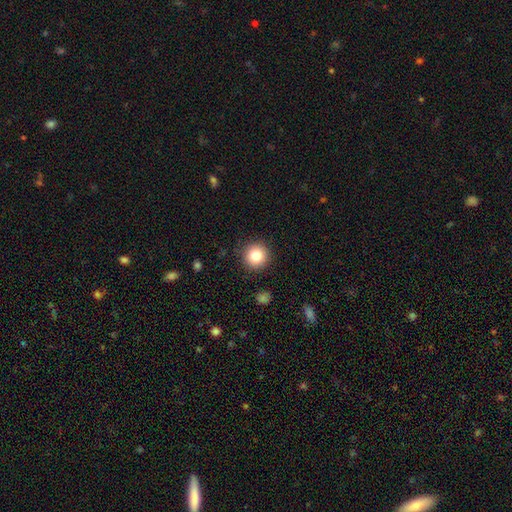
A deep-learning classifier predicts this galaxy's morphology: smooth-or-featured: smooth: 83% | star or artifact: 10% | featured or disk: 7%
  how-rounded: round: 95% | in between: 4% | cigar-shaped: 1%
  merging: none: 90% | minor disturbance: 7% | major disturbance: 2% | merger: 1%